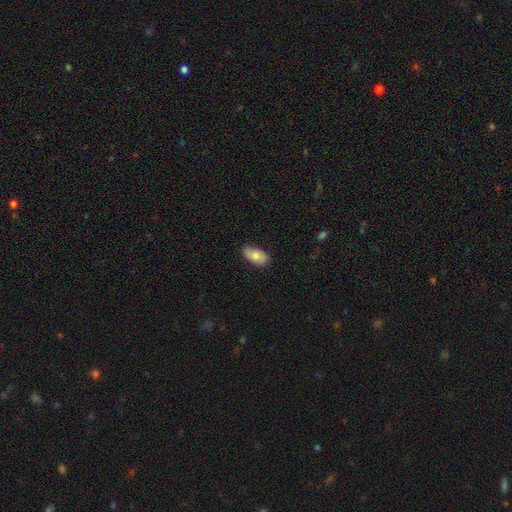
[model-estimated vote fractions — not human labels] smooth 81%, featured or disk 12%, star or artifact 6%. Down the decision tree: how rounded — in between (94%); merging — none (79%).